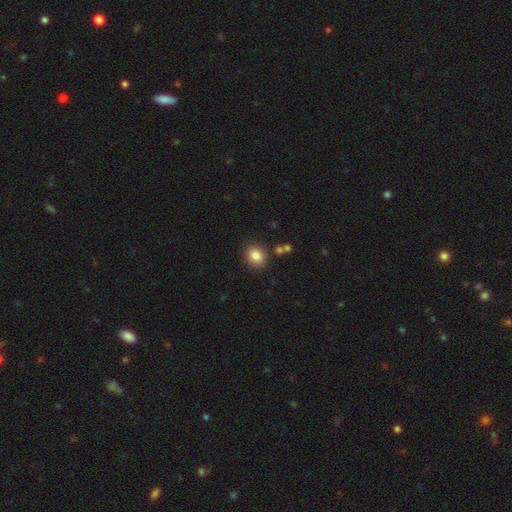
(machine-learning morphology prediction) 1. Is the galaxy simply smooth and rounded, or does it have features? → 84% smooth, 10% star or artifact, 6% featured or disk.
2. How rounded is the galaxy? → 58% round, 41% in between, 1% cigar-shaped.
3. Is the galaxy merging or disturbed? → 85% none, 9% minor disturbance, 4% merger, 3% major disturbance.